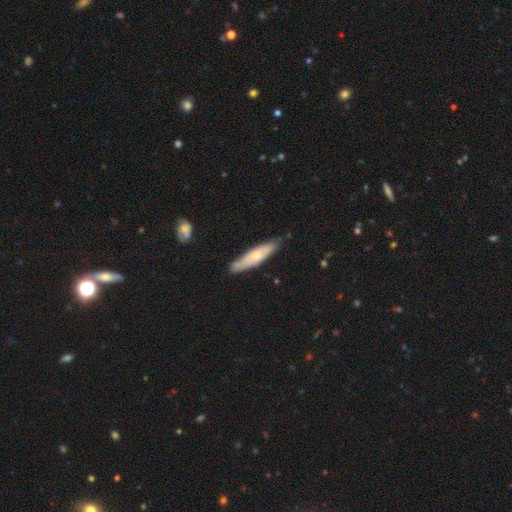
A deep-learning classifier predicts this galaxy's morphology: type=smooth (55%); roundness=cigar-shaped (80%); merging=none (75%).